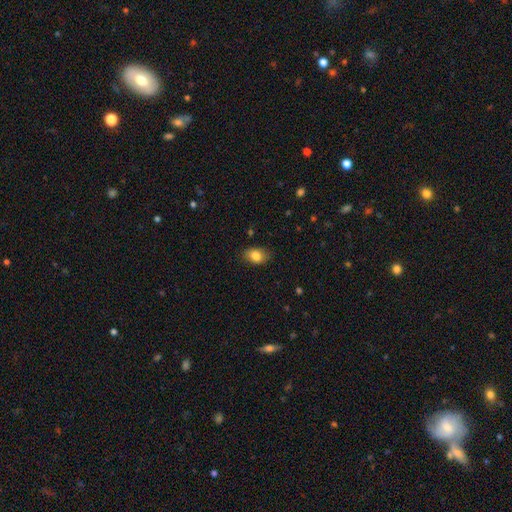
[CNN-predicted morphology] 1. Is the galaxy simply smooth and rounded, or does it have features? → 83% smooth, 9% featured or disk, 8% star or artifact.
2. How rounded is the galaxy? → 81% in between, 17% round, 1% cigar-shaped.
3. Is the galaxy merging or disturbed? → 81% none, 15% minor disturbance, 3% major disturbance, 1% merger.